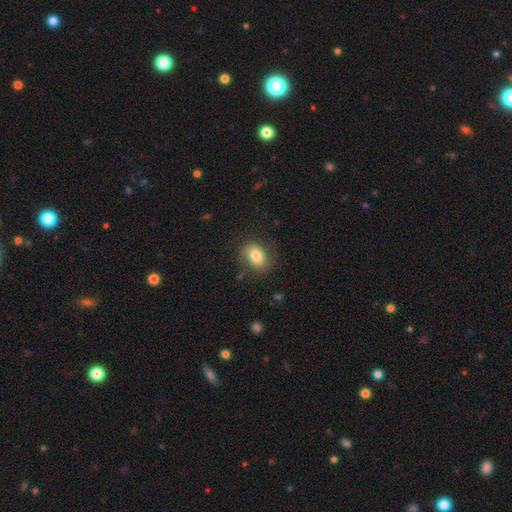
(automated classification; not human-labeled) This appears to be a smooth galaxy with no disk features (79%) that is in between round and cigar-shaped (62%). Merging: none (76%).